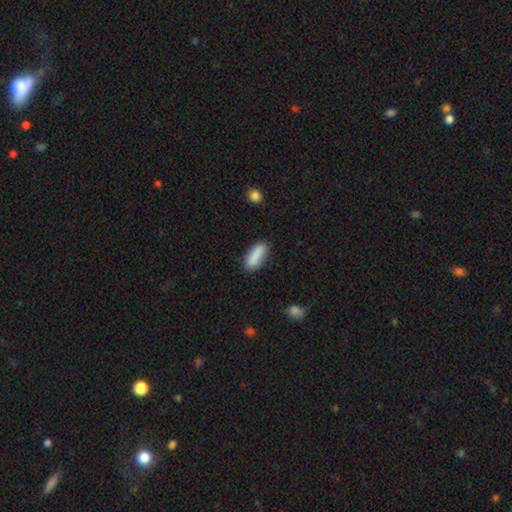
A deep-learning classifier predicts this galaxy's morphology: Q: Smooth or featured?
A: smooth (86%); runner-up: star or artifact (7%)
Q: How rounded?
A: in between (63%); runner-up: cigar-shaped (34%)
Q: Merging?
A: none (79%); runner-up: minor disturbance (15%)